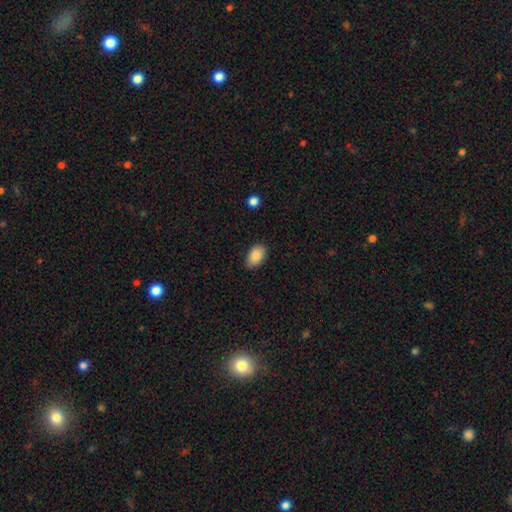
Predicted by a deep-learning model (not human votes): A smooth galaxy with no disk features (88%) that is in between round and cigar-shaped (91%). Merging: none (84%).